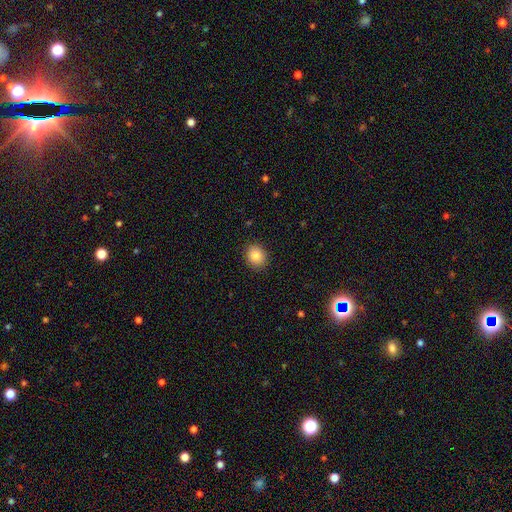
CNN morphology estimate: This is clearly a smooth galaxy (86%). How rounded: likely round (66%). Merging: clearly none (90%).